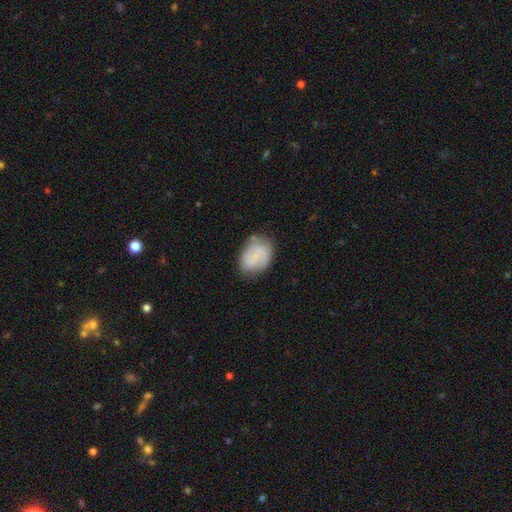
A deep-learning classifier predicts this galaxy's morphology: A smooth galaxy with no disk features (51%) that is in between round and cigar-shaped (67%). Merging: none (66%).